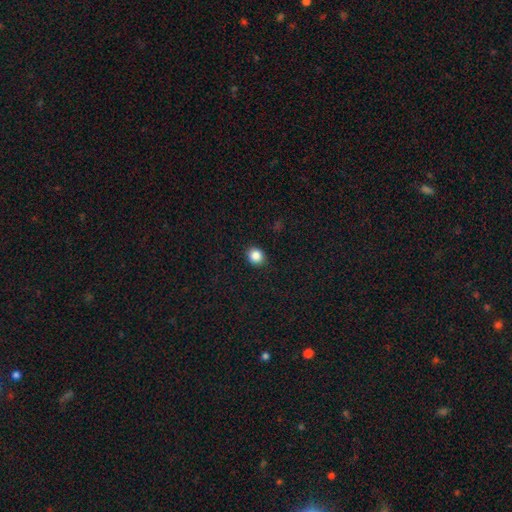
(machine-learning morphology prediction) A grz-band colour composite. It shows a smooth galaxy with no disk features (86%) that is round (76%). Merging: none (90%).